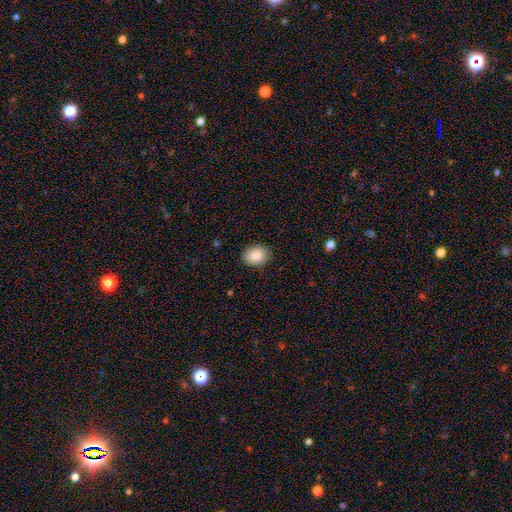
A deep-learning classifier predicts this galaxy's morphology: The model was most divided on "how rounded": in between: 59%, round: 40%, cigar-shaped: 1%. More confident: merging — none (88%); smooth or featured — smooth (87%).